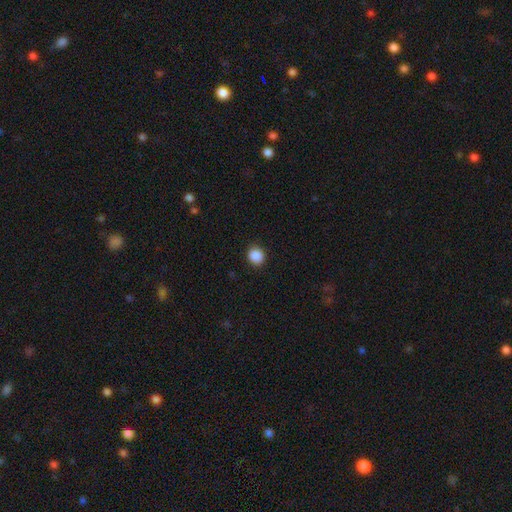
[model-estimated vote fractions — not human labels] smooth_or_featured: smooth (p=0.88) [alt: star or artifact p=0.09]
how_rounded: round (p=0.79) [alt: in between p=0.20]
merging: none (p=0.88) [alt: minor disturbance p=0.09]